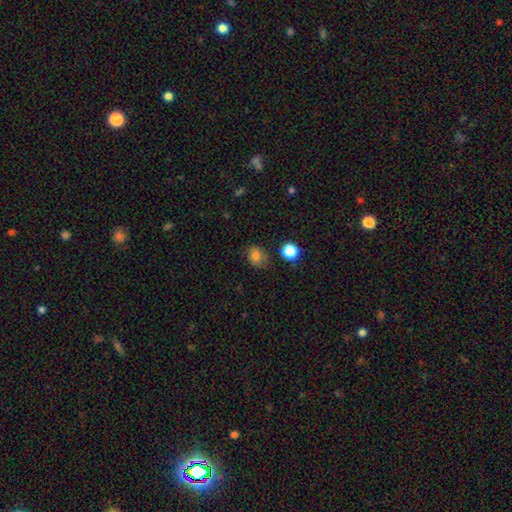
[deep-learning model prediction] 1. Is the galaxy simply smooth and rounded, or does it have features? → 80% smooth, 13% star or artifact, 7% featured or disk.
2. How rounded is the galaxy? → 50% round, 49% in between, 1% cigar-shaped.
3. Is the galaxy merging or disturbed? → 70% none, 22% minor disturbance, 6% major disturbance, 3% merger.